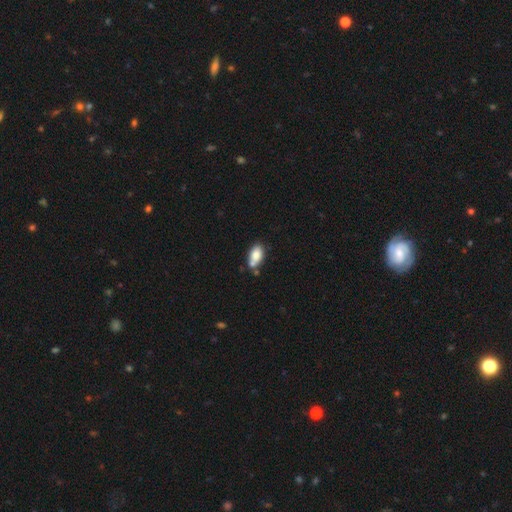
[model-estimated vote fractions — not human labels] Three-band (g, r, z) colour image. It shows a smooth galaxy with no disk features (80%) that is in between round and cigar-shaped (89%). Merging: none (51%).